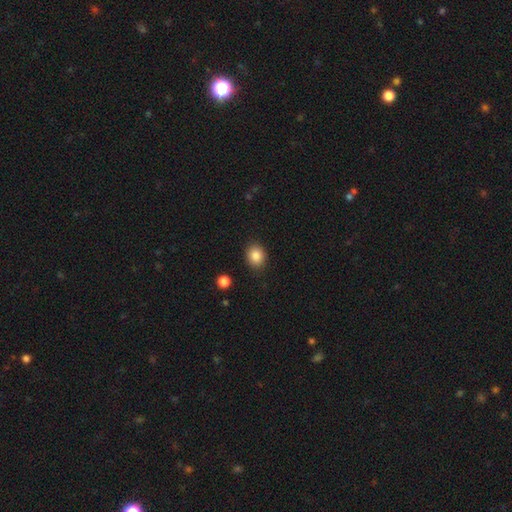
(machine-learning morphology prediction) type=smooth (86%); roundness=round (62%); merging=none (88%).